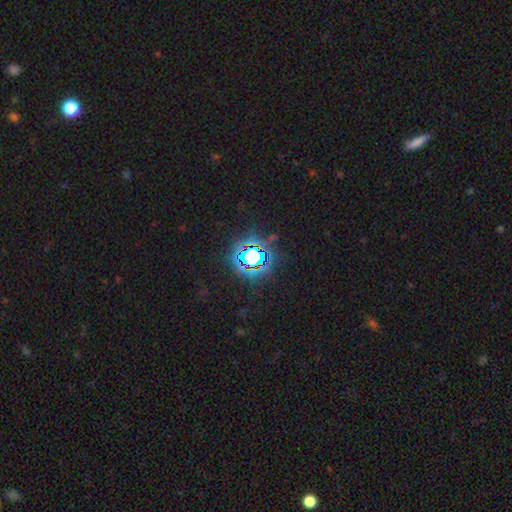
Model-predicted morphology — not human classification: smooth-or-featured: star or artifact: 74% | smooth: 15% | featured or disk: 11%